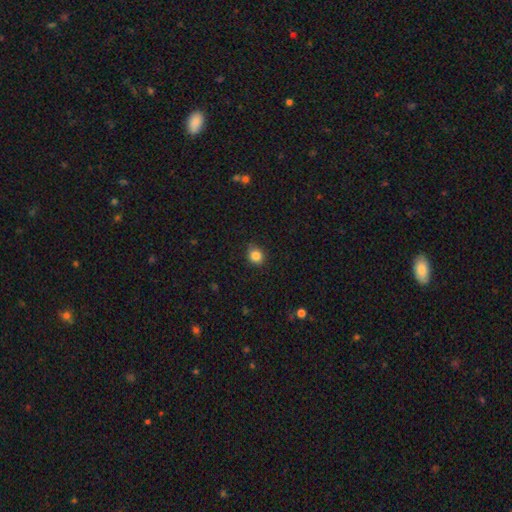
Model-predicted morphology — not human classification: type=smooth (86%); roundness=round (82%); merging=none (86%).